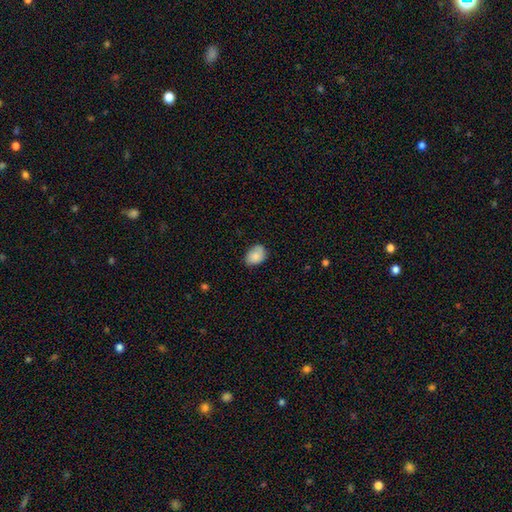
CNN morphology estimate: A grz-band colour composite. It shows a smooth galaxy with no disk features (83%) that is in between round and cigar-shaped (74%). Merging: none (71%).